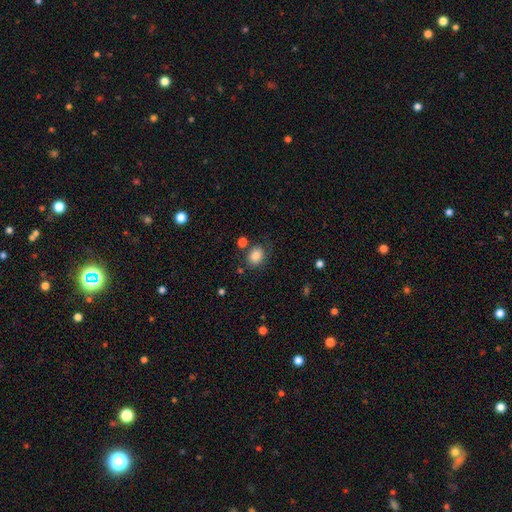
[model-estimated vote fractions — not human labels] Smooth or featured: smooth — 83% (star or artifact — 9%)
How rounded: round — 50% (in between — 49%)
Merging: none — 70% (minor disturbance — 16%)